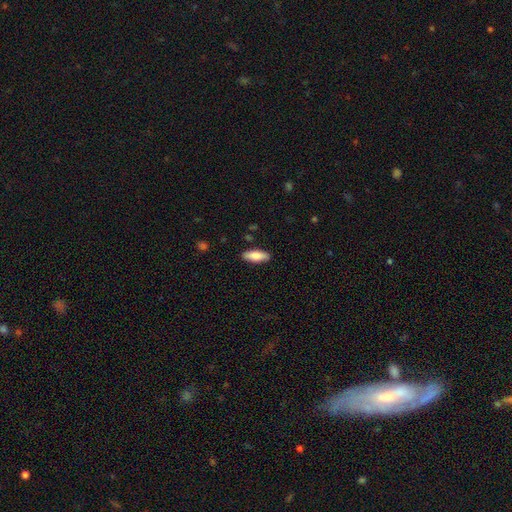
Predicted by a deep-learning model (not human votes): Smooth or featured? Predicted: smooth (p=0.83). How rounded? Predicted: in between (p=0.66). Merging? Predicted: none (p=0.88).